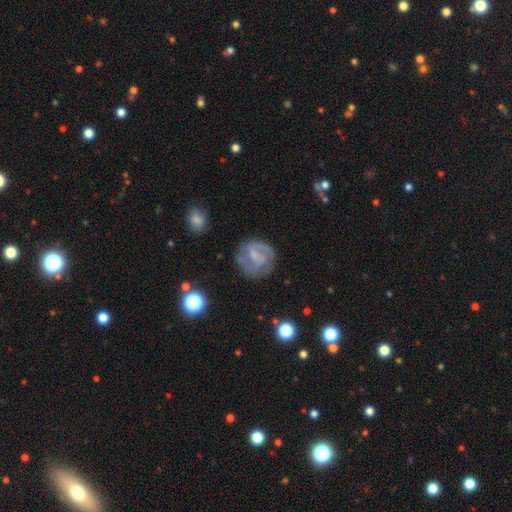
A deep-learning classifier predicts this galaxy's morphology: Smooth or featured? featured or disk (65%)
Edge-on disk? no (98%)
Bar? weak (47%)
Spiral arms? yes (77%)
Bulge size? small (41%)
Merging? none (69%)